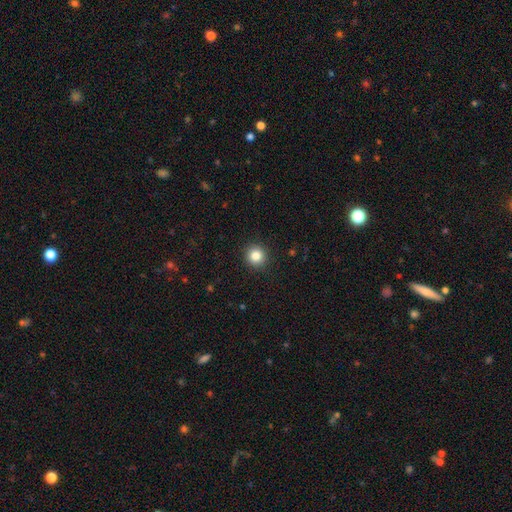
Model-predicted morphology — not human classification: Overall: smooth (84%). How rounded: round (94%). Merging: none (92%).